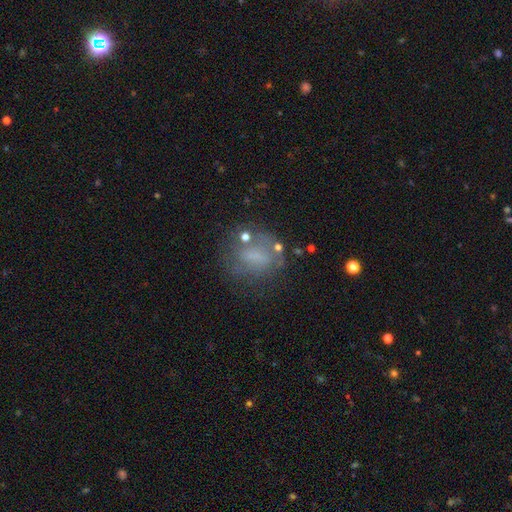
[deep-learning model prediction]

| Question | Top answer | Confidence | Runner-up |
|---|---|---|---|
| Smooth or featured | smooth | 46% | featured or disk (38%) |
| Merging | none | 58% | minor disturbance (21%) |